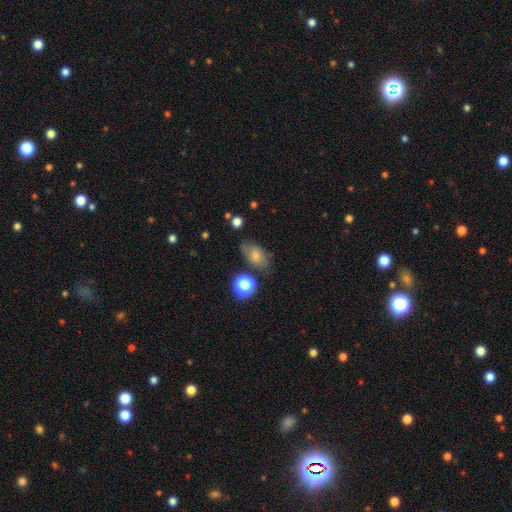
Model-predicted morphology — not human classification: This is possibly a smooth galaxy (48%). Merging: likely none (73%).